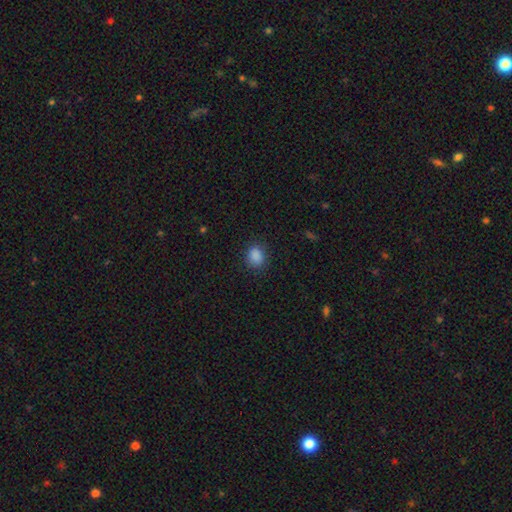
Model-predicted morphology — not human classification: smooth_or_featured: smooth (p=0.86) [alt: star or artifact p=0.11]
how_rounded: round (p=0.50) [alt: in between p=0.49]
merging: none (p=0.84) [alt: minor disturbance p=0.12]